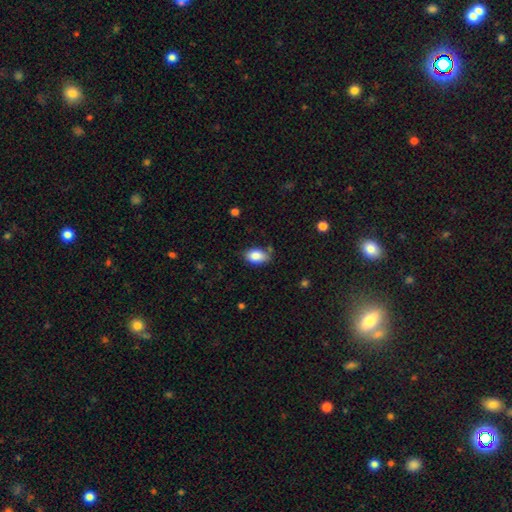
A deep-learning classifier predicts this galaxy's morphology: Smooth or featured: smooth — 86% (star or artifact — 8%)
How rounded: in between — 90% (round — 8%)
Merging: none — 74% (minor disturbance — 19%)